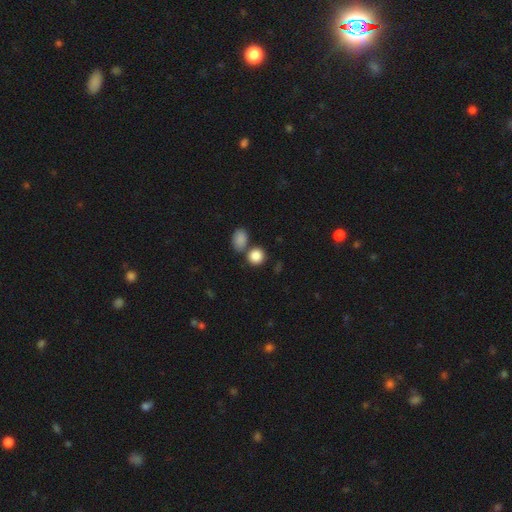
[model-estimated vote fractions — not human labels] A smooth galaxy with no disk features (87%) that is round (77%). Merging: none (64%).